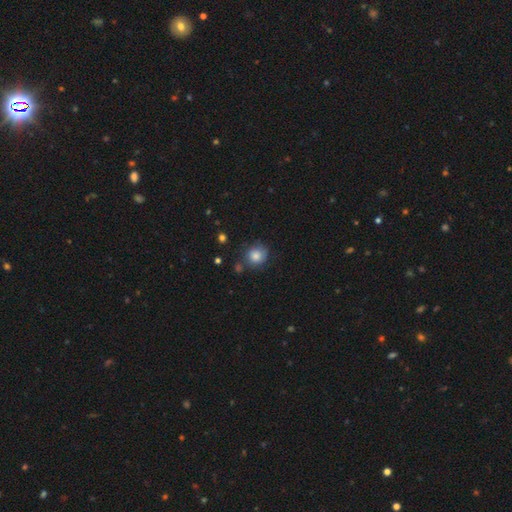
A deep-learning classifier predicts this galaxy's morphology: type=smooth (80%); roundness=round (84%); merging=none (68%).